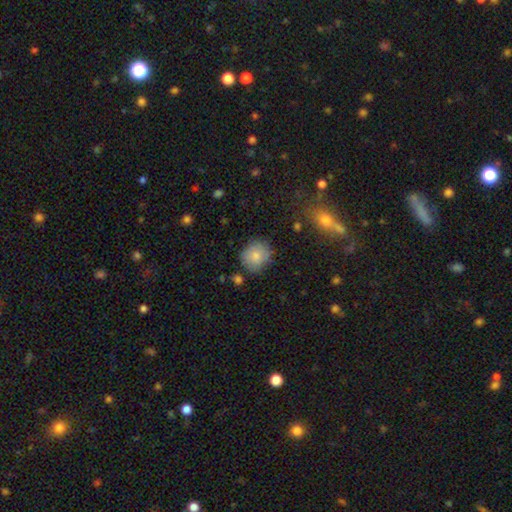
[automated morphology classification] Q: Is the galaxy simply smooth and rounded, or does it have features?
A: smooth — 80%.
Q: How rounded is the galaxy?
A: round — 81%.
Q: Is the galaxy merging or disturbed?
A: none — 77%.